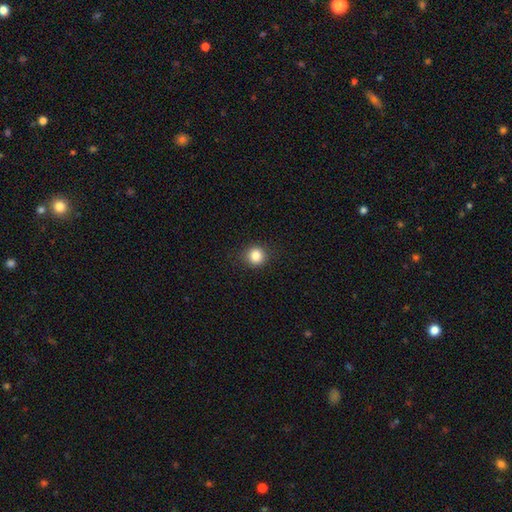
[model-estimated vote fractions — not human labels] Overall: smooth (84%). How rounded: round (90%). Merging: none (89%).